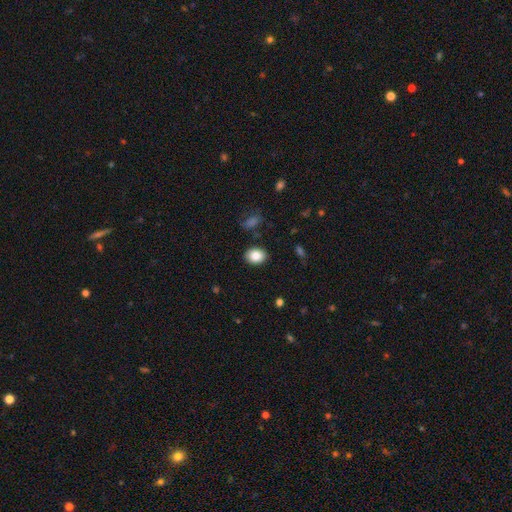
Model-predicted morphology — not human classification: This is clearly a smooth galaxy (85%). How rounded: possibly in between (59%). Merging: clearly none (88%).